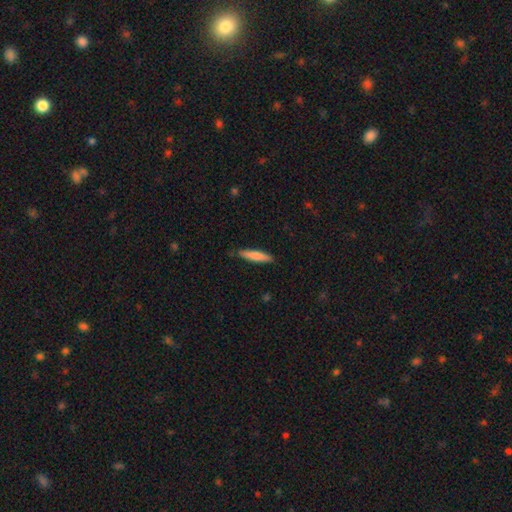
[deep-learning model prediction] A smooth galaxy with no disk features (80%) that is cigar-shaped (86%).

Vote fractions:
- Smooth or featured? smooth: 80% / featured or disk: 14% / star or artifact: 6%
- How rounded? cigar-shaped: 86% / in between: 13% / round: 1%
- Merging? none: 86% / minor disturbance: 11% / major disturbance: 2% / merger: 1%